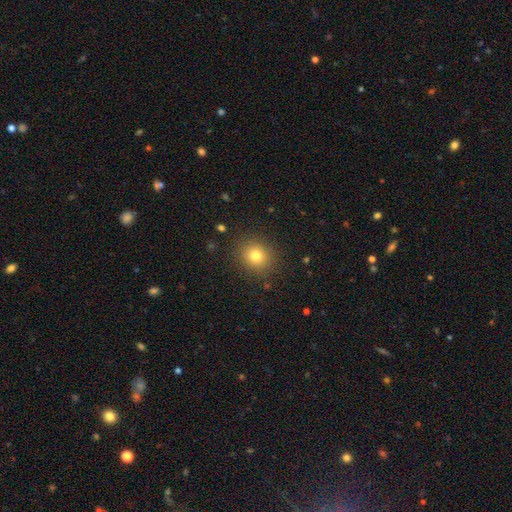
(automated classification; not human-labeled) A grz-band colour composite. It shows a smooth galaxy with no disk features (79%) that is round (82%). Merging: none (88%).